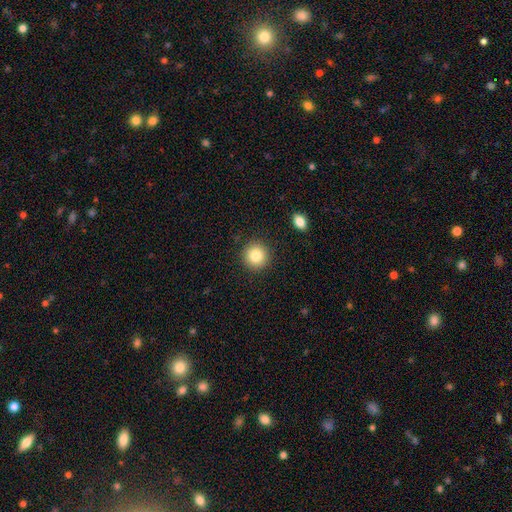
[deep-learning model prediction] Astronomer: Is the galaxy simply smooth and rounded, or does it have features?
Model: smooth — 82%.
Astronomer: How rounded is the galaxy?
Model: round — 94%.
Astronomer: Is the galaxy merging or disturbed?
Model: none — 90%.